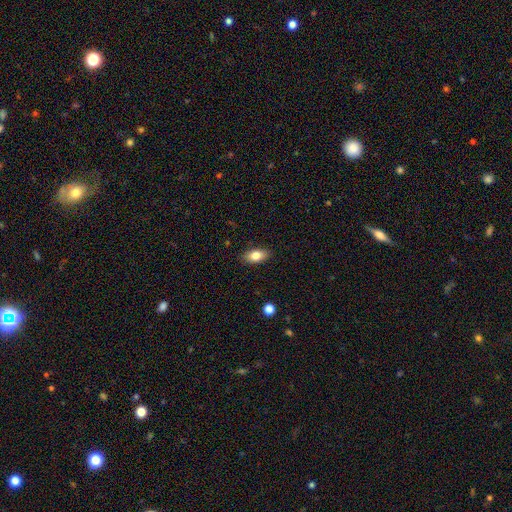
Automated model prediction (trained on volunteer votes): A smooth galaxy with no disk features (80%) that is in between round and cigar-shaped (90%).

Vote fractions:
- Smooth or featured? smooth: 80% / featured or disk: 12% / star or artifact: 8%
- How rounded? in between: 90% / round: 5% / cigar-shaped: 5%
- Merging? none: 88% / minor disturbance: 9% / major disturbance: 2% / merger: 1%